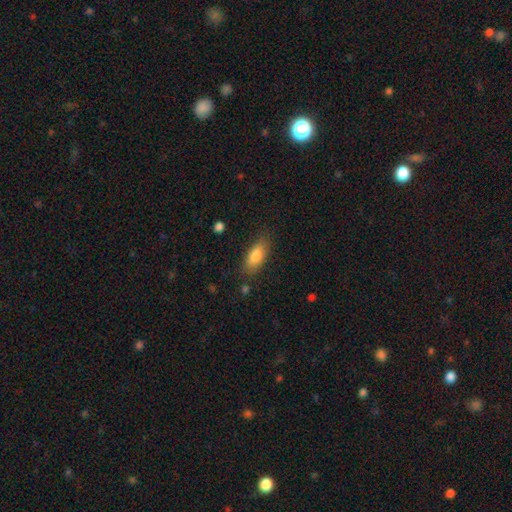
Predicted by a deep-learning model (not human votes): Smooth or featured? Predicted: smooth (p=0.82). How rounded? Predicted: in between (p=0.80). Merging? Predicted: none (p=0.80).